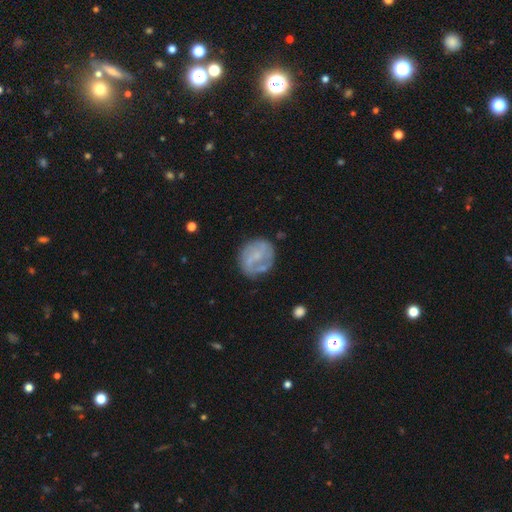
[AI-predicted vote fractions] smooth-or-featured: featured or disk: 56% | smooth: 36% | star or artifact: 8%
  disk-edge-on: no: 97% | yes: 3%
    bar: no: 46% | weak: 41% | strong: 13%
    has-spiral-arms: yes: 62% | no: 38%
    bulge-size: small: 55% | none: 27% | moderate: 16% | large: 1% | dominant: 1%
  merging: none: 65% | minor disturbance: 21% | major disturbance: 11% | merger: 3%